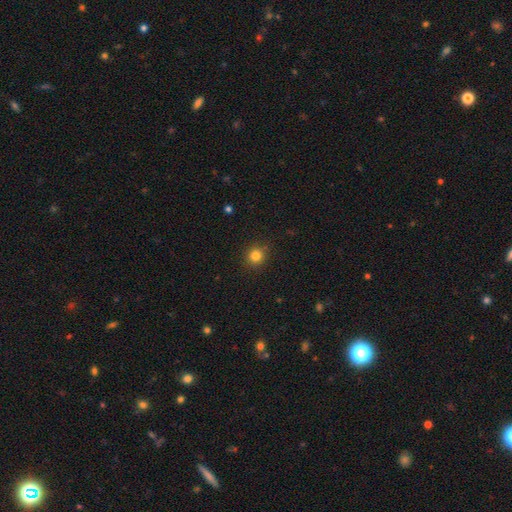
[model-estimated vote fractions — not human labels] Overall: smooth (82%). How rounded: round (90%). Merging: none (89%).